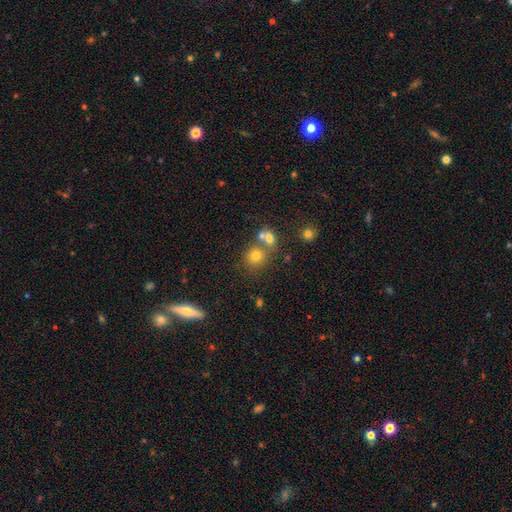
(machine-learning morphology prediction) type=smooth (73%); roundness=round (82%); merging=none (52%).